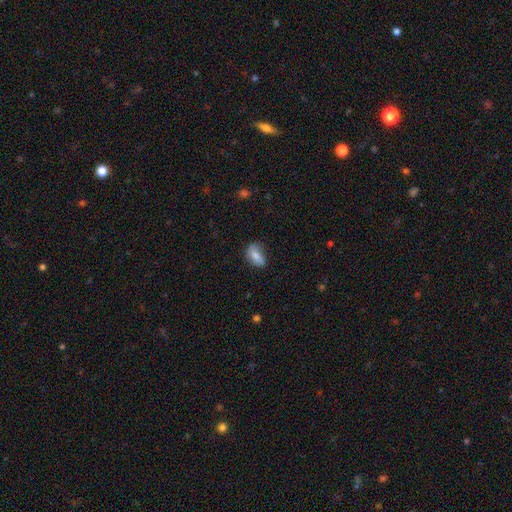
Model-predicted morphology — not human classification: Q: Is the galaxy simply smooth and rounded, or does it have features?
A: smooth — 74%.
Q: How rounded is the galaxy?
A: in between — 85%.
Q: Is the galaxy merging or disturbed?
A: none — 55%.